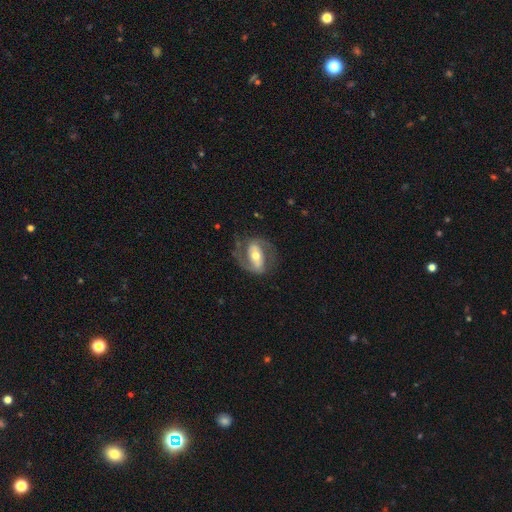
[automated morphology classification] type=featured or disk (80%); edge-on=no (96%); bar=strong (47%); spiral arms=yes (89%); winding=medium (51%); arm count=2 (87%); bulge=moderate (66%); merging=none (70%).